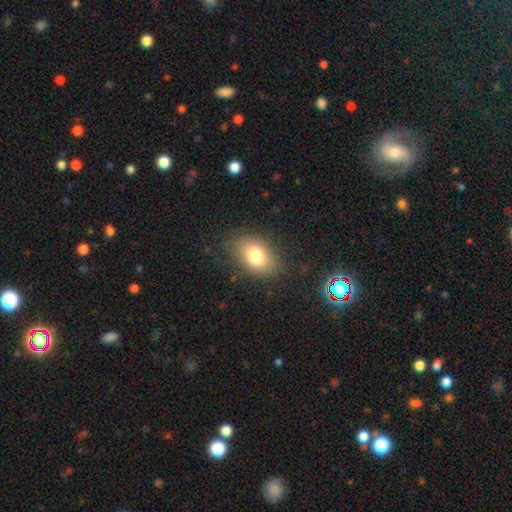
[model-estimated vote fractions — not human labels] Q: Smooth or featured?
A: smooth (78%); runner-up: featured or disk (12%)
Q: How rounded?
A: in between (83%); runner-up: round (16%)
Q: Merging?
A: none (79%); runner-up: minor disturbance (14%)